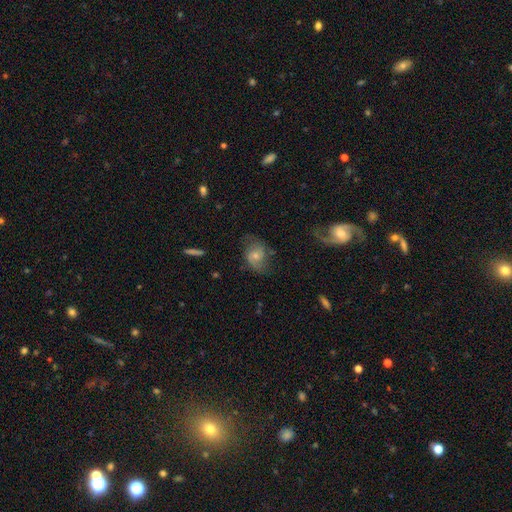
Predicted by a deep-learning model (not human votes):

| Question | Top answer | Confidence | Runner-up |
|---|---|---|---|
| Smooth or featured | featured or disk | 53% | smooth (37%) |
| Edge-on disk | no | 96% | yes (4%) |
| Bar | no | 68% | weak (26%) |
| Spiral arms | yes | 82% | no (18%) |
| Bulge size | small | 51% | moderate (42%) |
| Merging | none | 60% | minor disturbance (23%) |